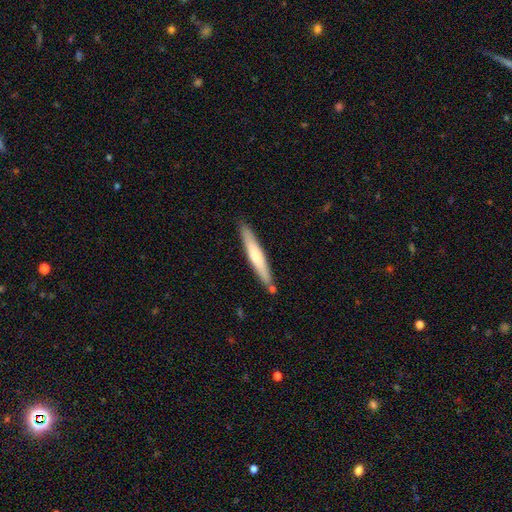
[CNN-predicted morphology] Smooth or featured: smooth — 57% (featured or disk — 38%)
How rounded: cigar-shaped — 94% (in between — 5%)
Merging: none — 84% (minor disturbance — 10%)